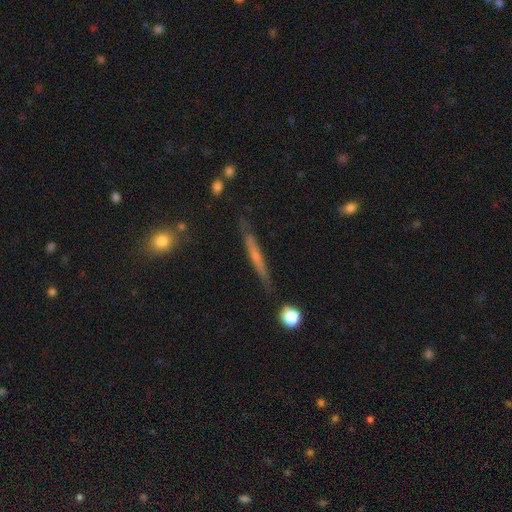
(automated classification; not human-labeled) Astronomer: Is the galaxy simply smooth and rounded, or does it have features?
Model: featured or disk — 50% (runner-up: smooth, 42%).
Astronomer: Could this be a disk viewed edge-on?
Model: yes — 92%.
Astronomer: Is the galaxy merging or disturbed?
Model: none — 80%.